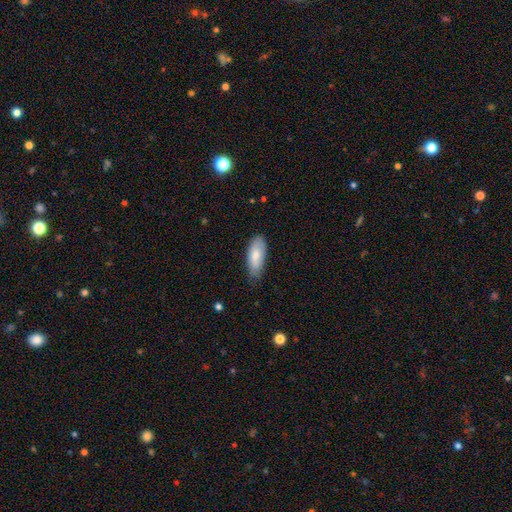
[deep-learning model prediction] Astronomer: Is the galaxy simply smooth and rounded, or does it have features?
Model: smooth — 78%.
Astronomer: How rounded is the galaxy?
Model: in between — 81%.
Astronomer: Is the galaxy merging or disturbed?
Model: none — 71%.